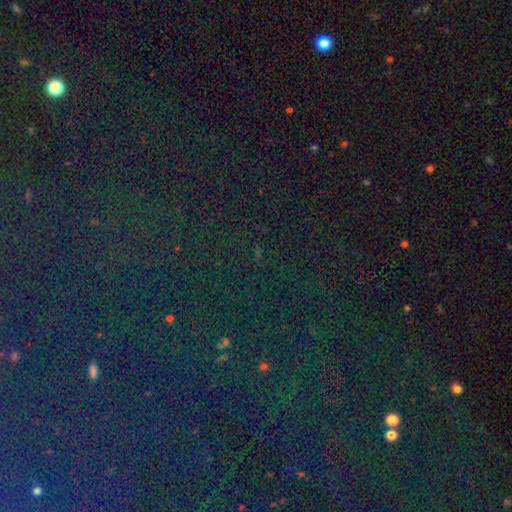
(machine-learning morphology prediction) star or artifact 82%, smooth 10%, featured or disk 8%.